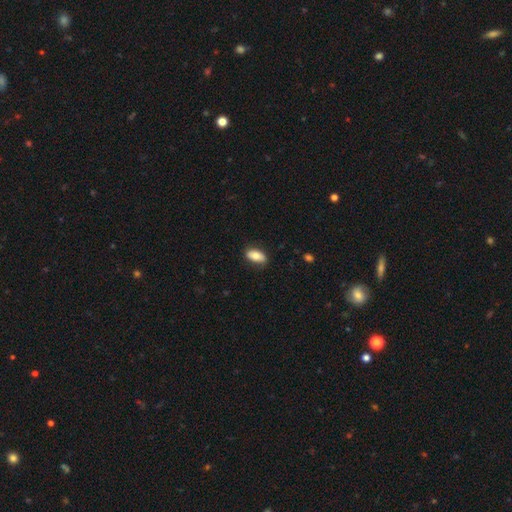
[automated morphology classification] This is likely a smooth galaxy (80%). How rounded: clearly in between (91%). Merging: clearly none (81%).